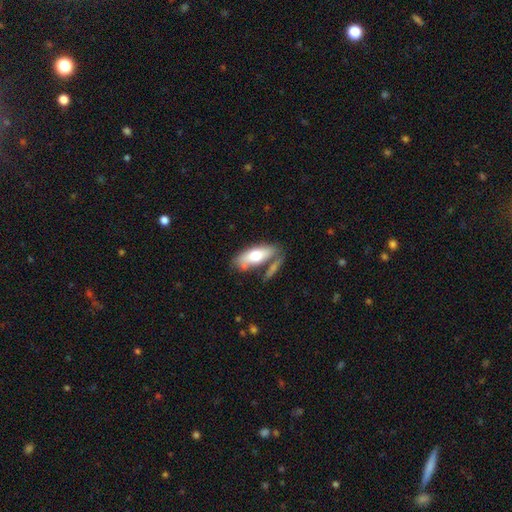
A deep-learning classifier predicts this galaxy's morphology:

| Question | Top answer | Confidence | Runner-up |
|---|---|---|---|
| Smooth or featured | smooth | 67% | featured or disk (28%) |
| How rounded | in between | 77% | cigar-shaped (20%) |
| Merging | none | 56% | merger (20%) |